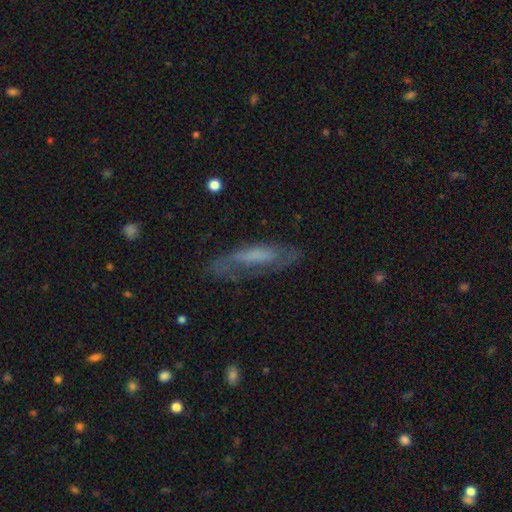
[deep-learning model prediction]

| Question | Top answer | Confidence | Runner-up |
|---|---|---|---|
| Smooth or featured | featured or disk | 52% | smooth (40%) |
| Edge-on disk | no | 67% | yes (33%) |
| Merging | none | 59% | minor disturbance (23%) |